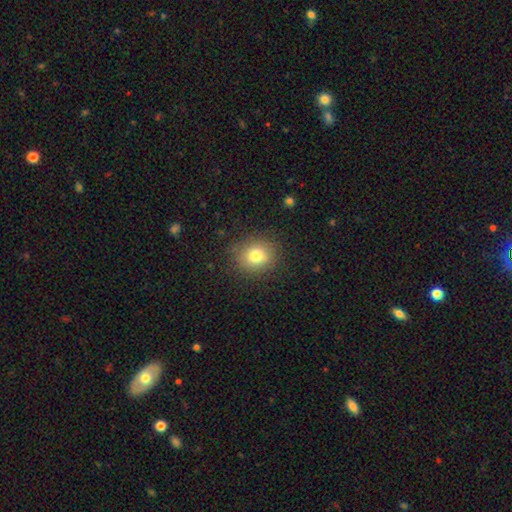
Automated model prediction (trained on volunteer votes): smooth_or_featured: smooth (p=0.78) [alt: star or artifact p=0.12]
how_rounded: round (p=0.76) [alt: in between p=0.23]
merging: none (p=0.85) [alt: minor disturbance p=0.10]